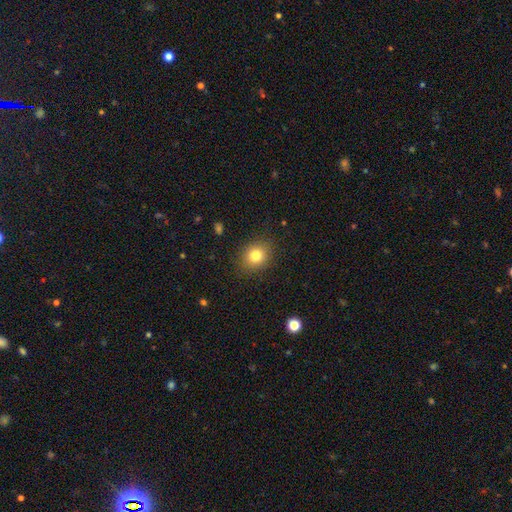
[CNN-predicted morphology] A smooth galaxy with no disk features (81%) that is round (65%).

Vote fractions:
- Smooth or featured? smooth: 81% / star or artifact: 11% / featured or disk: 8%
- How rounded? round: 65% / in between: 34% / cigar-shaped: 1%
- Merging? none: 87% / minor disturbance: 9% / major disturbance: 3% / merger: 1%